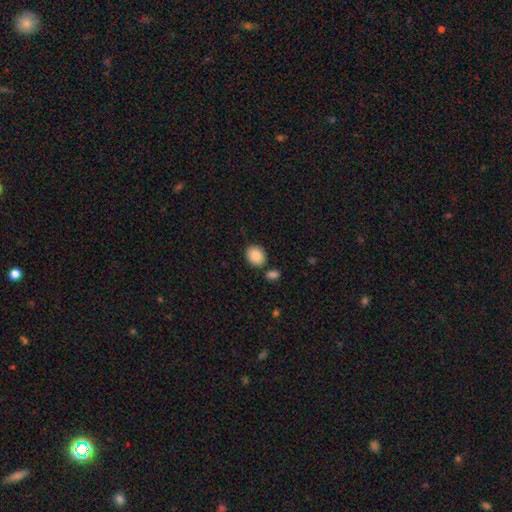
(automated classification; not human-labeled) Overall: smooth (88%). How rounded: round (56%; in between 43%). Merging: none (79%).